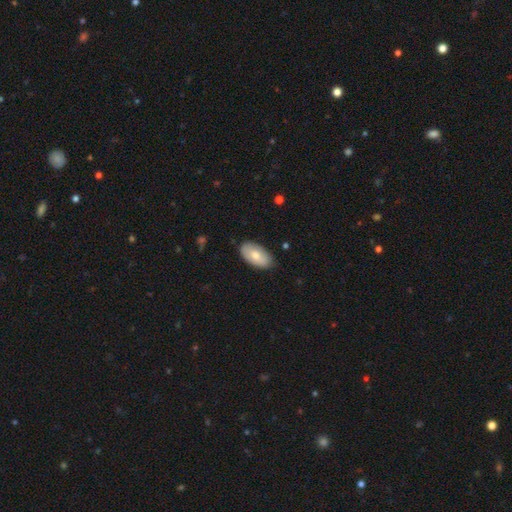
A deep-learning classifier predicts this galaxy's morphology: Smooth or featured? smooth (75%)
How rounded? in between (95%)
Merging? none (82%)